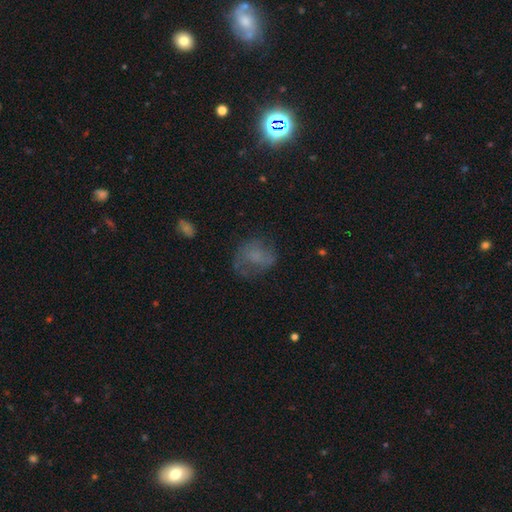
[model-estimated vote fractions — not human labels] This is possibly a smooth galaxy (48%). Merging: possibly none (52%).